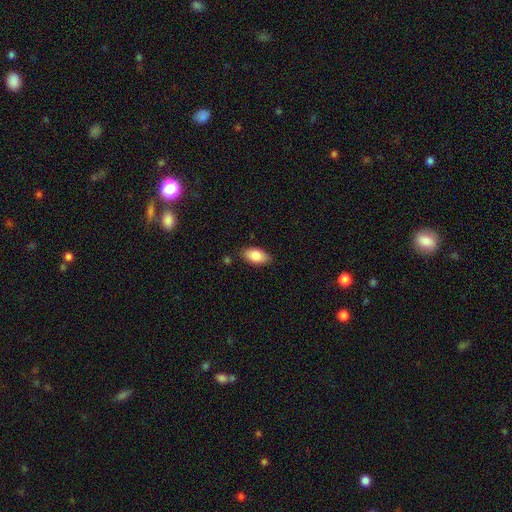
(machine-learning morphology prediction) Smooth or featured? smooth (84%)
How rounded? in between (93%)
Merging? none (83%)